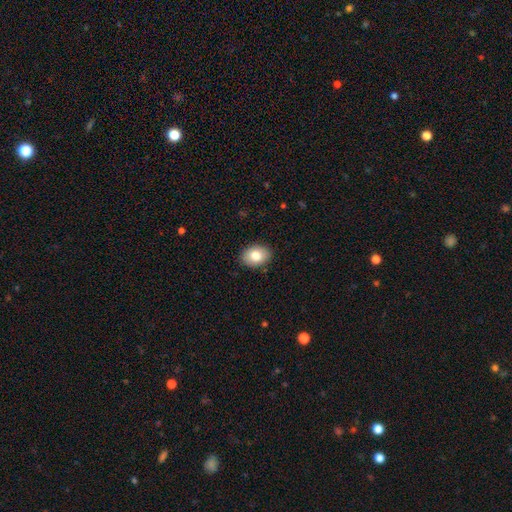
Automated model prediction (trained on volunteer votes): Q: Smooth or featured?
A: smooth (81%); runner-up: featured or disk (11%)
Q: How rounded?
A: in between (75%); runner-up: round (24%)
Q: Merging?
A: none (89%); runner-up: minor disturbance (8%)